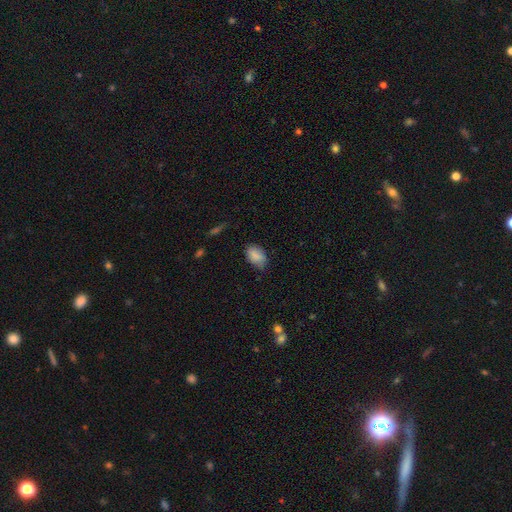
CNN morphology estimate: Q: Smooth or featured?
A: smooth (86%); runner-up: star or artifact (7%)
Q: How rounded?
A: in between (89%); runner-up: round (10%)
Q: Merging?
A: none (68%); runner-up: minor disturbance (26%)